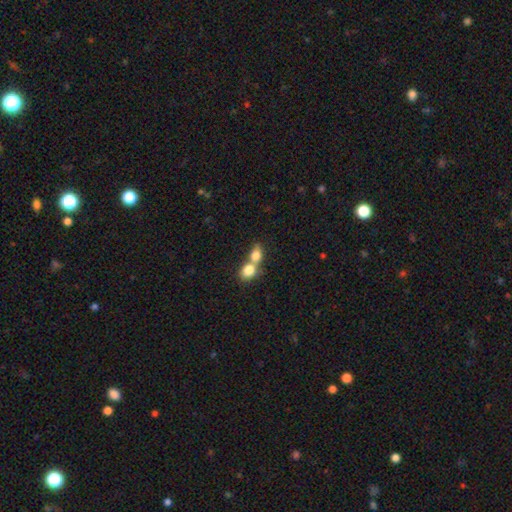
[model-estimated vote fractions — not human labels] Smooth or featured? smooth (78%)
How rounded? in between (61%)
Merging? merger (71%)